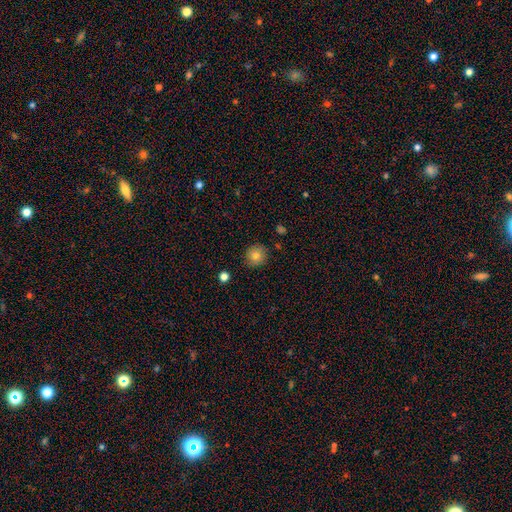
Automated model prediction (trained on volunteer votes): Morphology: type=smooth (80%); roundness=round (92%); merging=none (88%).